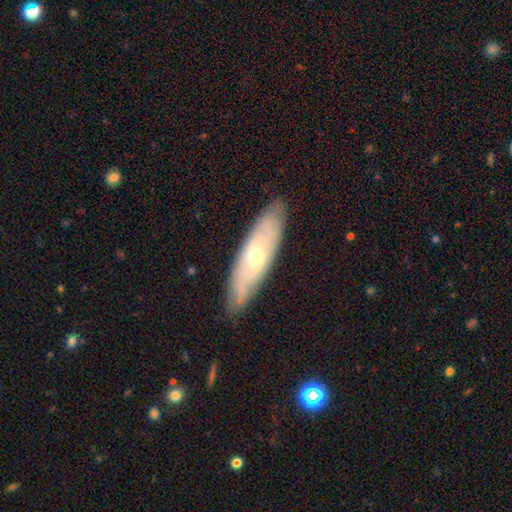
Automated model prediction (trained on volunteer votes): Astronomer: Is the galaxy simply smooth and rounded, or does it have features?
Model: featured or disk — 65%.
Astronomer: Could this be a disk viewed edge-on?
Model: no — 67%.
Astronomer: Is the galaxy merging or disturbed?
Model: none — 82%.